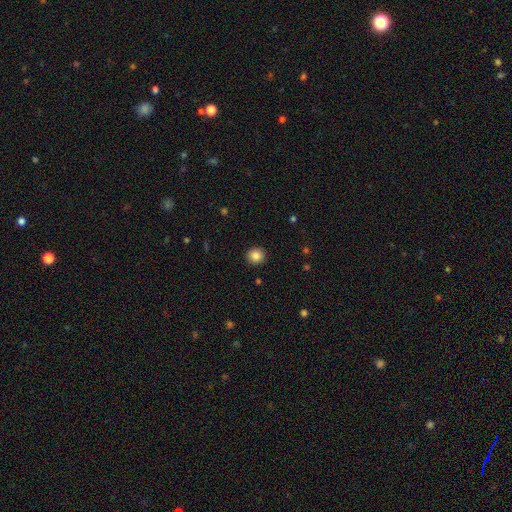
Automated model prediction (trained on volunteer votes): A smooth galaxy with no disk features (85%) that is round (91%). Merging: none (92%).